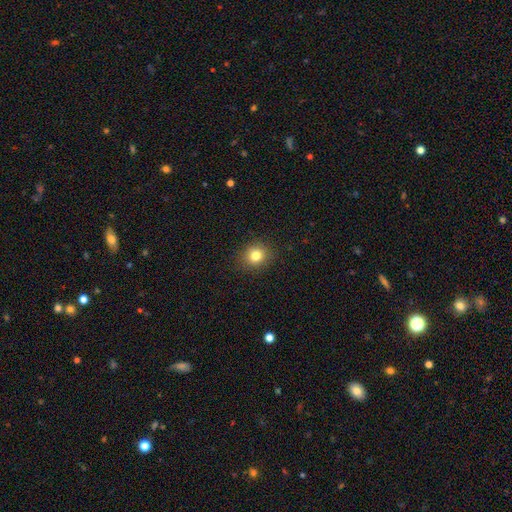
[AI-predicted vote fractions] This is clearly a smooth galaxy (81%). How rounded: clearly round (81%). Merging: clearly none (90%).